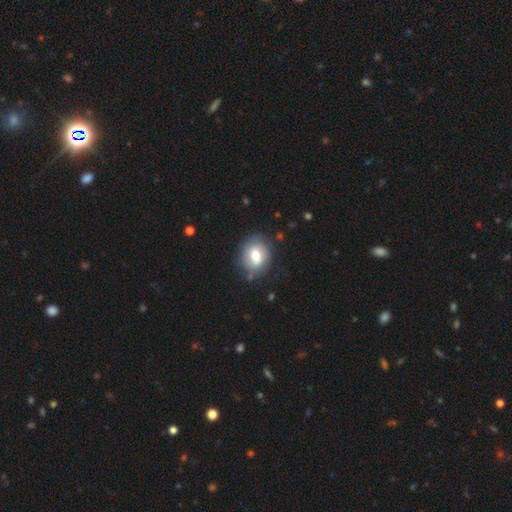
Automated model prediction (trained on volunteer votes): The model was most divided on "how rounded": in between: 55%, round: 43%, cigar-shaped: 1%. More confident: merging — none (73%); smooth or featured — smooth (62%).